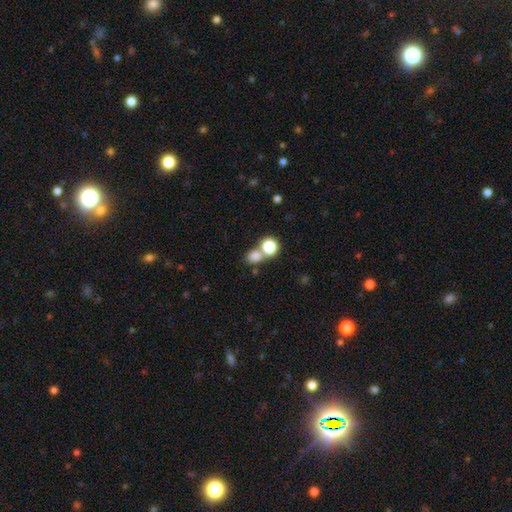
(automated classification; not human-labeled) Smooth or featured?
  - smooth: 76% *
  - star or artifact: 16%
  - featured or disk: 8%
How rounded?
  - round: 70% *
  - in between: 29%
  - cigar-shaped: 1%
Merging?
  - none: 50% *
  - merger: 39%
  - minor disturbance: 7%
  - major disturbance: 4%